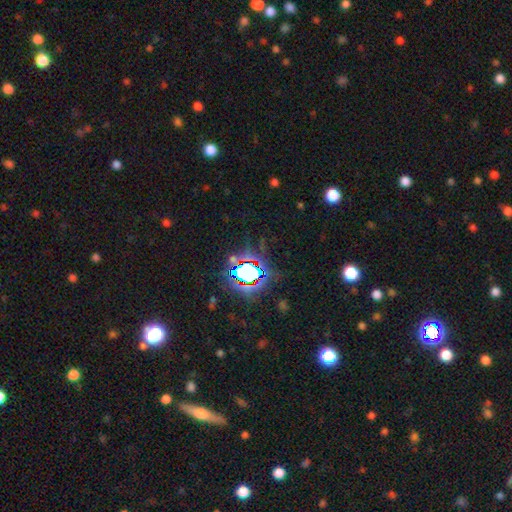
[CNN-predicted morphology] type=star or artifact (80%).